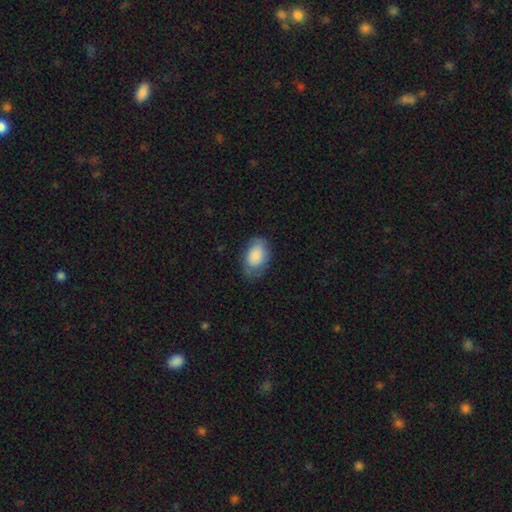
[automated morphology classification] This appears to be a smooth galaxy with no disk features (82%) that is in between round and cigar-shaped (89%). Merging: none (67%).